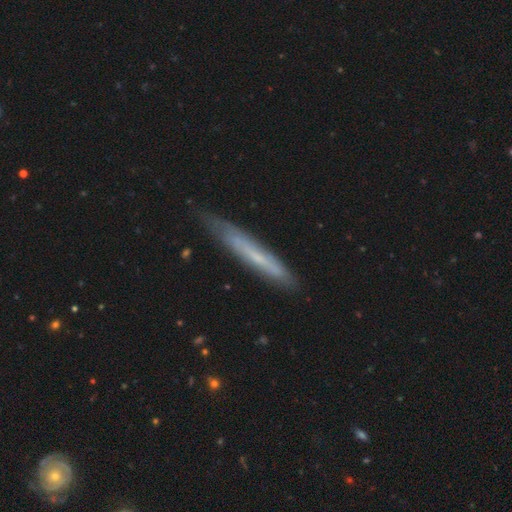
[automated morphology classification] The model was most divided on "smooth or featured": featured or disk: 49%, smooth: 44%, star or artifact: 7%. More confident: merging — none (72%).